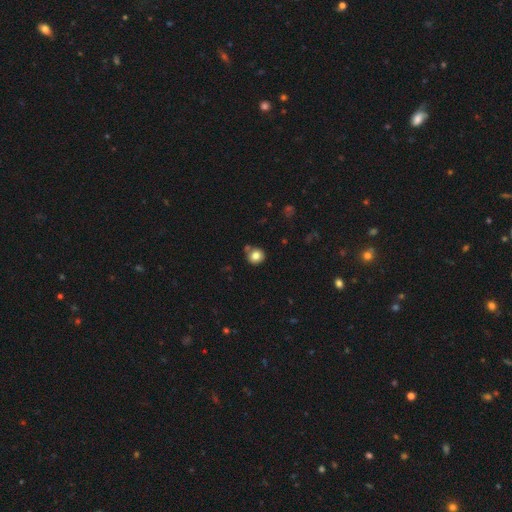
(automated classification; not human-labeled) Morphology: type=smooth (81%); roundness=round (91%); merging=none (77%).